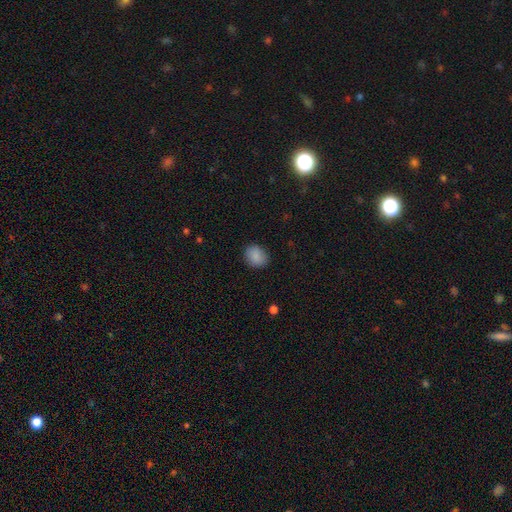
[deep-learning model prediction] This appears to be a smooth galaxy with no disk features (88%) that is round (60%). Merging: none (86%).